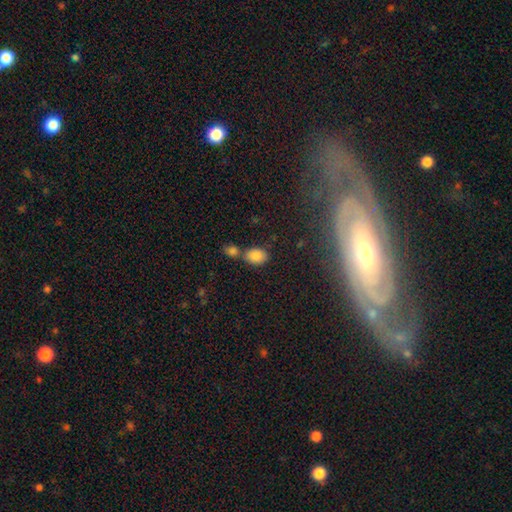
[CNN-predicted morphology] type=smooth (82%); roundness=in between (72%); merging=none (56%).